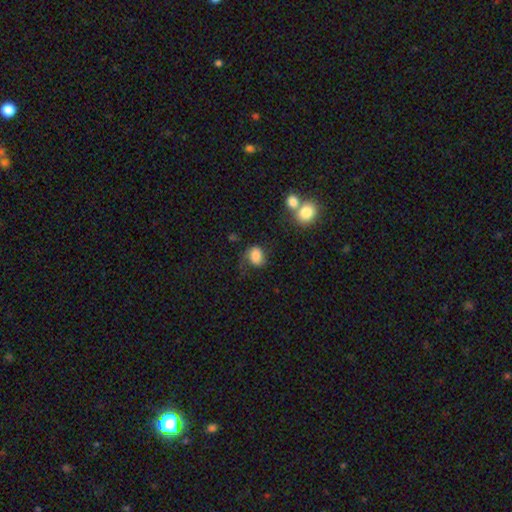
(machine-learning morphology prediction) Overall: smooth (72%). How rounded: in between (52%; round 47%). Merging: none (48%; minor disturbance 26%).